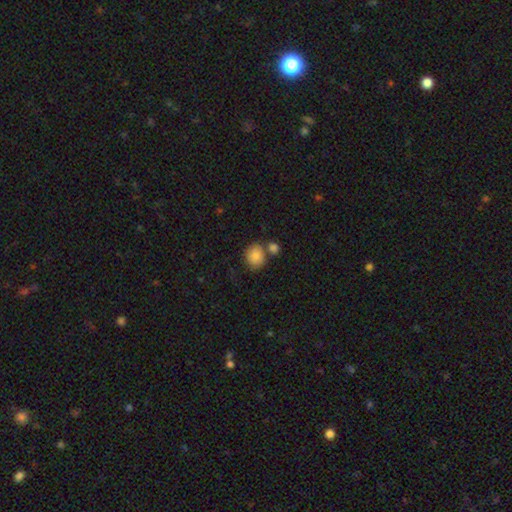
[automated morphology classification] smooth_or_featured: smooth (p=0.85) [alt: star or artifact p=0.09]
how_rounded: round (p=0.71) [alt: in between p=0.28]
merging: none (p=0.58) [alt: merger p=0.26]